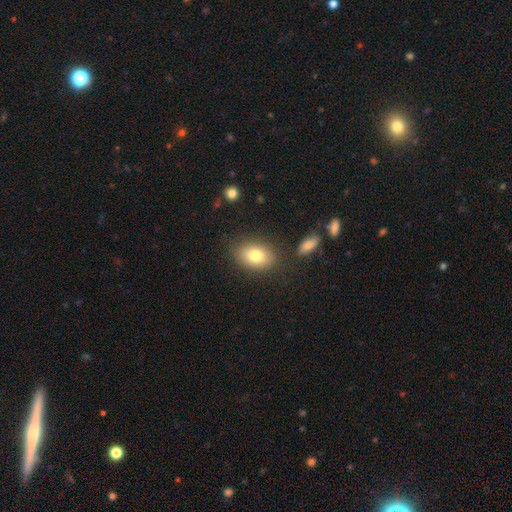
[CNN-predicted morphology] A smooth galaxy with no disk features (80%) that is in between round and cigar-shaped (83%). Merging: none (81%).